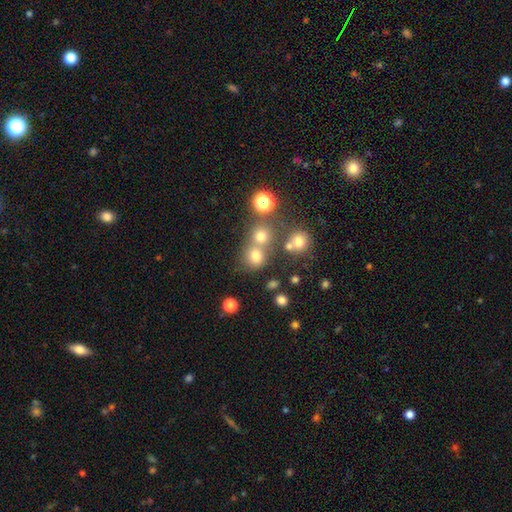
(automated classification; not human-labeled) A smooth galaxy with no disk features (72%) that is round (83%). Merging: none (56%).